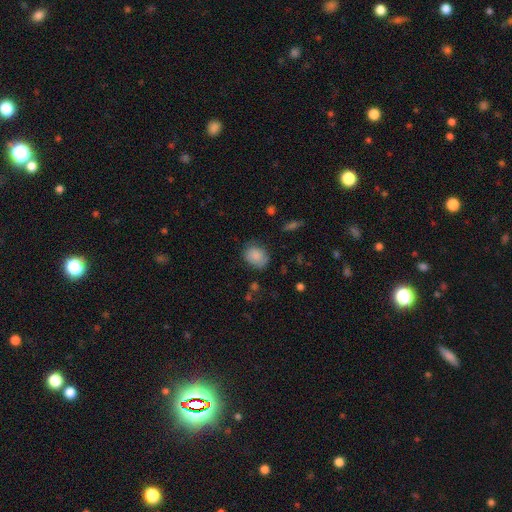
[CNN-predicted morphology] Smooth or featured: smooth — 85% (star or artifact — 8%)
How rounded: in between — 52% (round — 47%)
Merging: none — 69% (minor disturbance — 23%)